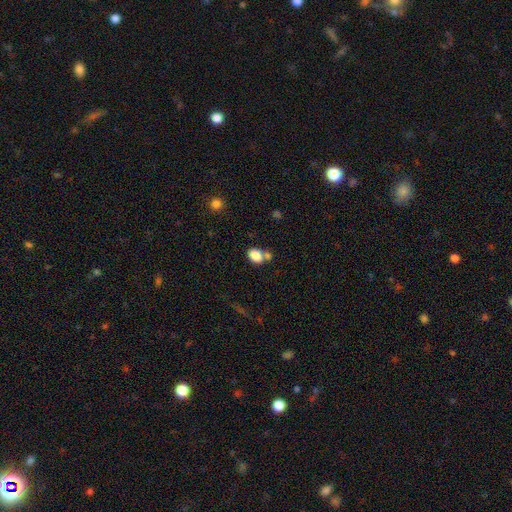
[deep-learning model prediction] A smooth galaxy with no disk features (83%) that is in between round and cigar-shaped (73%). Merging: none (52%).